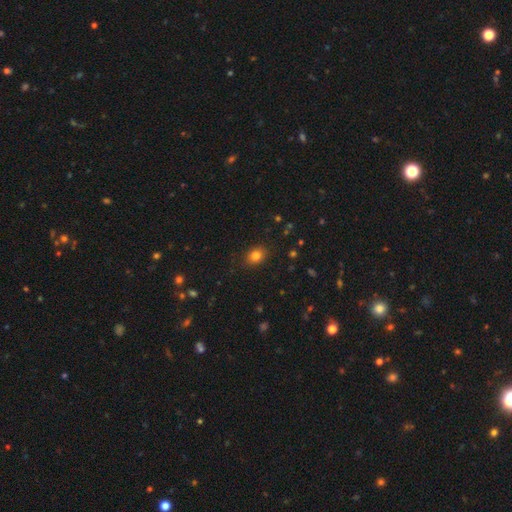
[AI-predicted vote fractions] The model was most divided on "how rounded": in between: 55%, round: 44%, cigar-shaped: 1%. More confident: merging — none (86%); smooth or featured — smooth (82%).